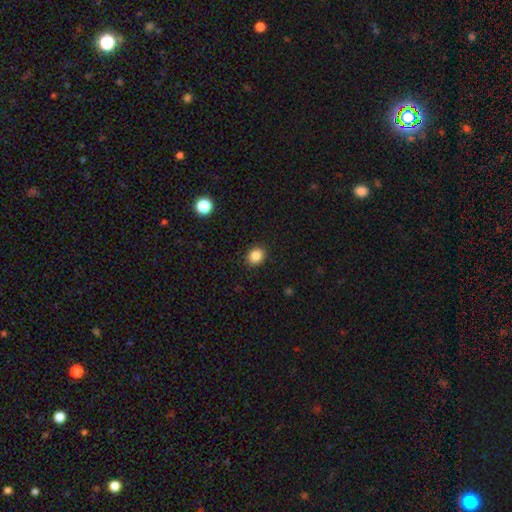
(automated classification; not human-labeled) A smooth galaxy with no disk features (85%) that is round (66%). Merging: none (90%).